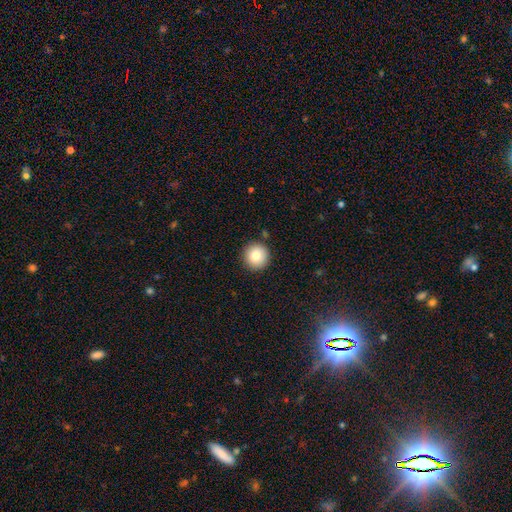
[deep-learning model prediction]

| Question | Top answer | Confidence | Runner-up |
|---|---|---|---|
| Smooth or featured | smooth | 81% | featured or disk (10%) |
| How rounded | round | 95% | in between (4%) |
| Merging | none | 89% | minor disturbance (7%) |